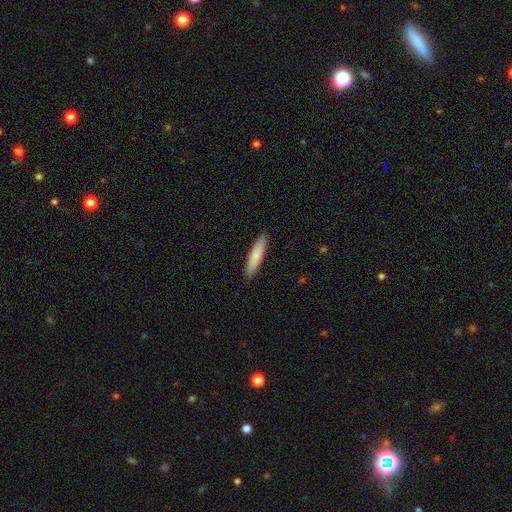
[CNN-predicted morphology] Smooth or featured? Predicted: smooth (p=0.80). How rounded? Predicted: cigar-shaped (p=0.84). Merging? Predicted: none (p=0.90).